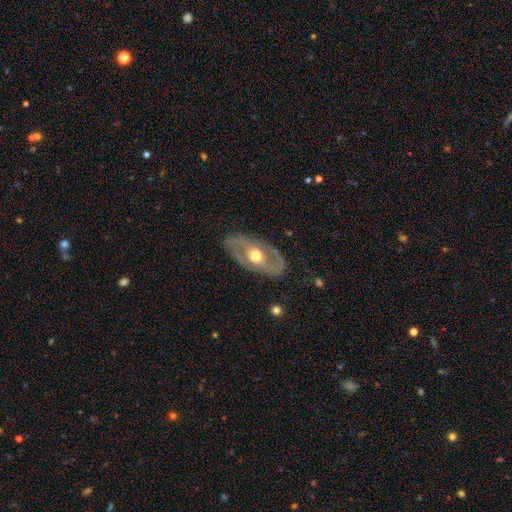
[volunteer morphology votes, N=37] Volunteers were most divided on "spiral winding": tight: 46%, medium: 33%, loose: 21%. More confident: smooth or featured — featured or disk (92%); edge-on disk — no (88%); merging — none (86%); spiral arm count — 2 (83%); spiral arms — yes (80%); bar — no (60%); bulge size — moderate (60%).